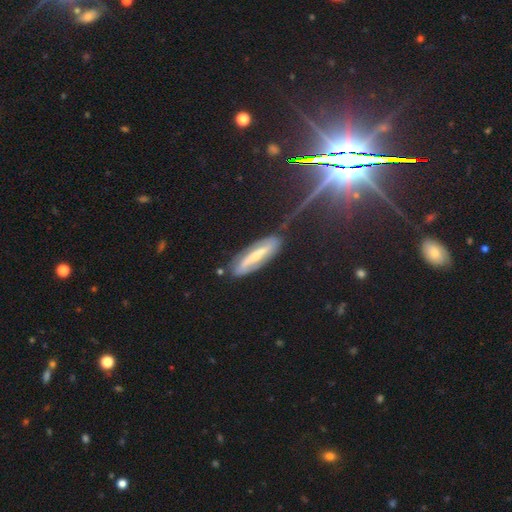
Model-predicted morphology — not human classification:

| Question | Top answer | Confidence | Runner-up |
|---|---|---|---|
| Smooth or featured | featured or disk | 70% | smooth (20%) |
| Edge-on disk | no | 70% | yes (30%) |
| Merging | none | 80% | minor disturbance (14%) |